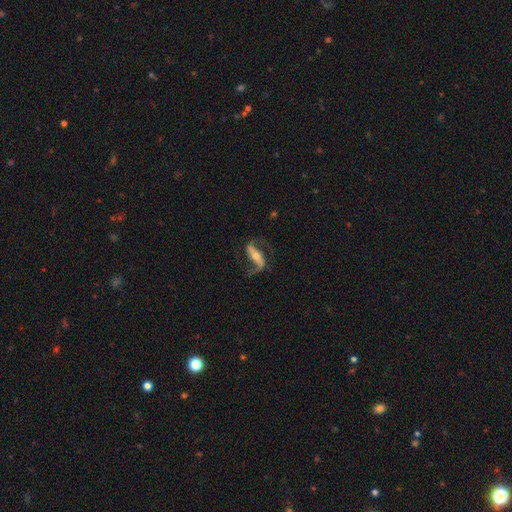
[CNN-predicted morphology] A featured or disk galaxy (86%) with a strong bar (62%), 2 (92%) loose (59%) spiral arms (95%) and a moderate central bulge (52%). Merging: none (73%).